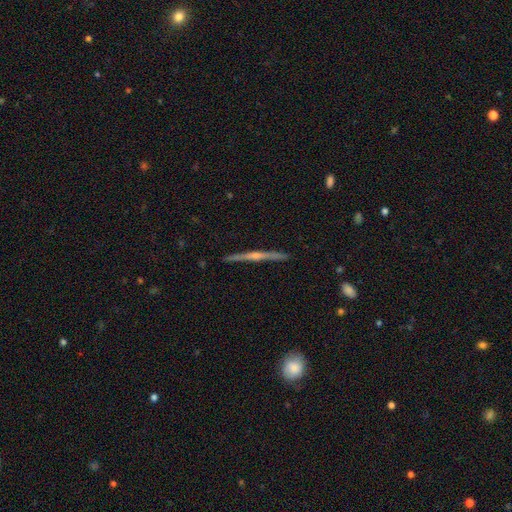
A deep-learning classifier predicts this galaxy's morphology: This is likely a featured or disk galaxy (77%). It is clearly viewed edge-on (98%). Edge-on bulge: likely rounded (74%). Merging: clearly none (91%).